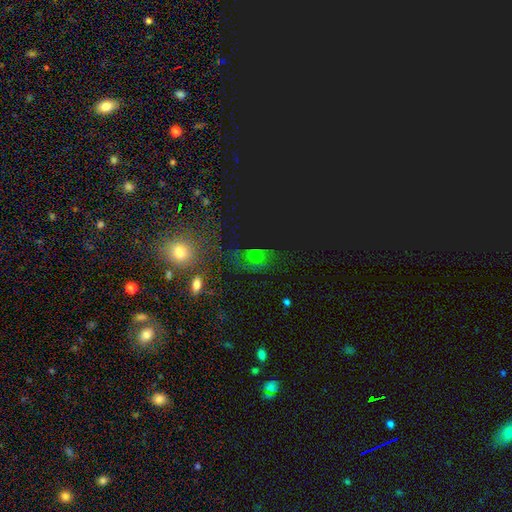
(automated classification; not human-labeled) smooth-or-featured: star or artifact: 44% | smooth: 33% | featured or disk: 23%